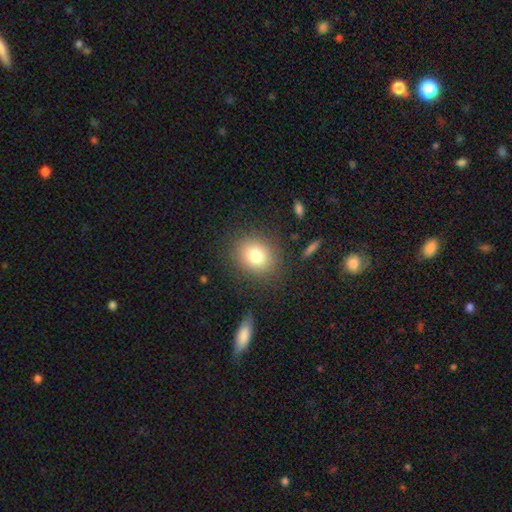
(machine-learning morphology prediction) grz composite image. It shows a smooth galaxy with no disk features (79%) that is round (68%). Merging: none (86%).